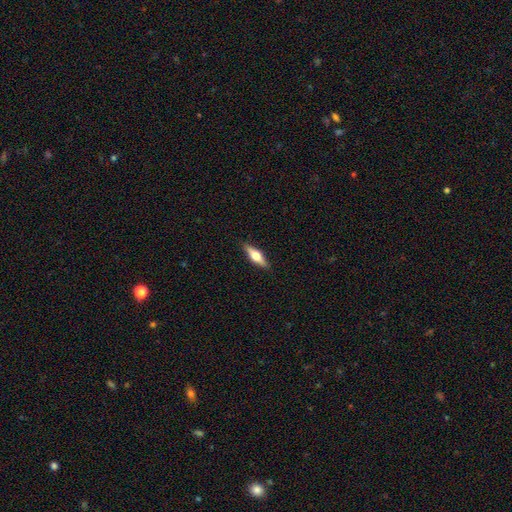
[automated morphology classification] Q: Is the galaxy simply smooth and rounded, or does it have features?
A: featured or disk — 53%.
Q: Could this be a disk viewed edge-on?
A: yes — 95%.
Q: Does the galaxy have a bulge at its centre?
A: rounded — 93%.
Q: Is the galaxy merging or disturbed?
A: none — 88%.